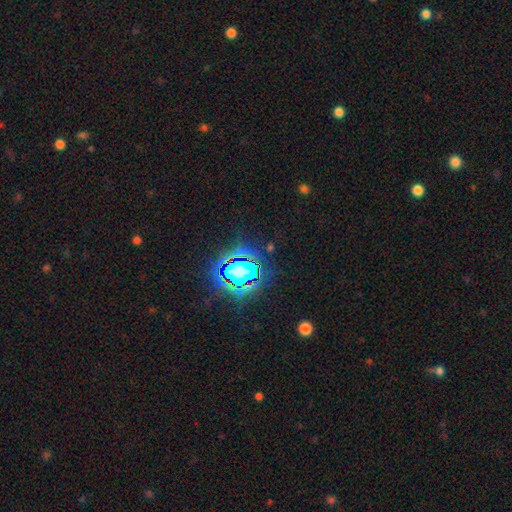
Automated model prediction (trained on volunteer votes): Smooth or featured?
  - star or artifact: 82% *
  - smooth: 11%
  - featured or disk: 7%